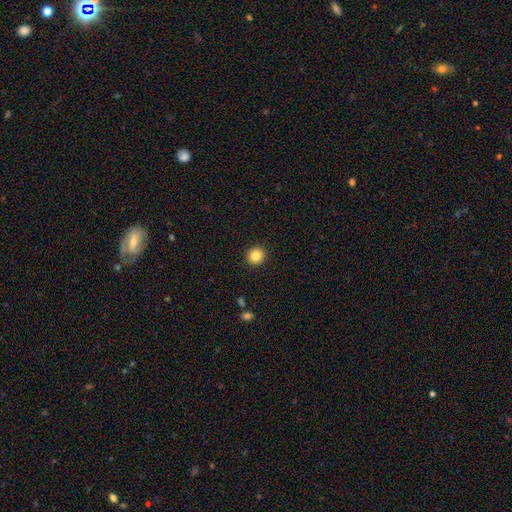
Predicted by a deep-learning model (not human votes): Morphology: type=smooth (86%); roundness=round (93%); merging=none (93%).